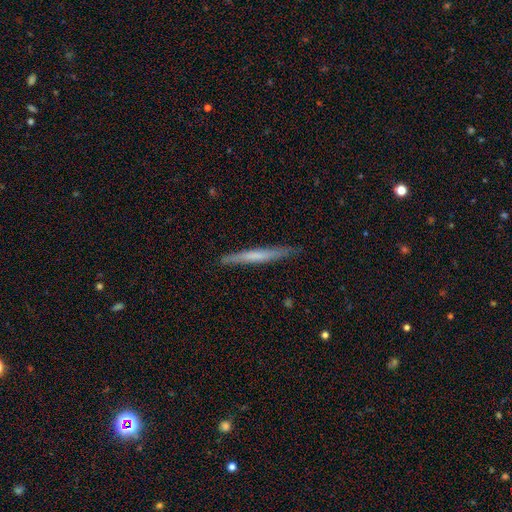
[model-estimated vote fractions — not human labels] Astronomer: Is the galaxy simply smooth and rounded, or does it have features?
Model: smooth — 54% (runner-up: featured or disk, 41%).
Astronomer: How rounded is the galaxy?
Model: cigar-shaped — 96%.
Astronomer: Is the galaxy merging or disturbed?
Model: none — 87%.